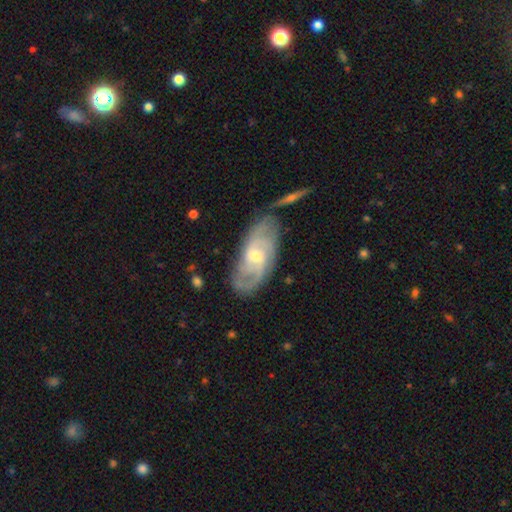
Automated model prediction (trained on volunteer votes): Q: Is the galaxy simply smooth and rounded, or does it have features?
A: featured or disk — 82%.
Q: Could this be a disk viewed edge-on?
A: no — 93%.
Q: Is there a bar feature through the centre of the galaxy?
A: no — 47%.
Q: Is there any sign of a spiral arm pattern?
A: yes — 95%.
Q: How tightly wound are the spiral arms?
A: medium — 43%.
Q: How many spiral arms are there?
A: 2 — 37%.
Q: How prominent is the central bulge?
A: small — 51%.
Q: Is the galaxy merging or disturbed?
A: none — 69%.